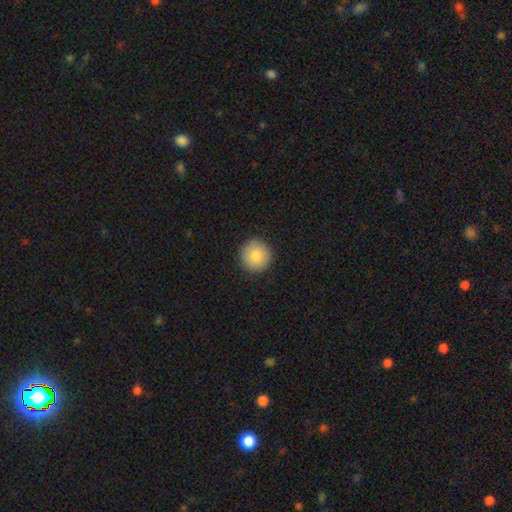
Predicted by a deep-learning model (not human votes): Morphology: type=smooth (84%); roundness=round (96%); merging=none (92%).